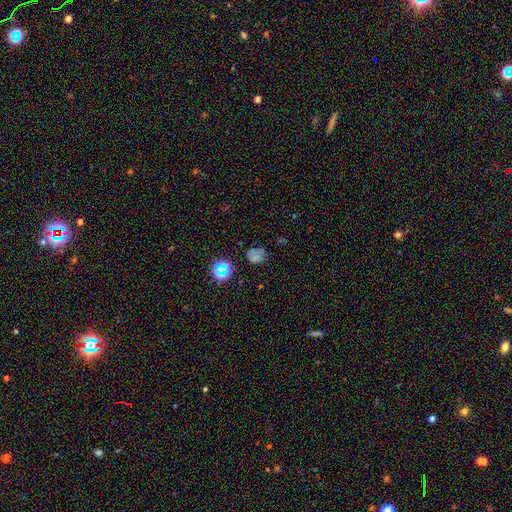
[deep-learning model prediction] Overall: smooth (59%; star or artifact 30%). How rounded: round (67%; in between 32%). Merging: none (60%; minor disturbance 23%).